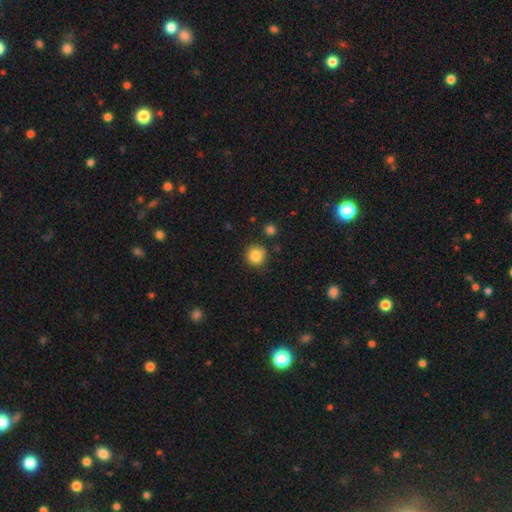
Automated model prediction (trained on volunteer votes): smooth-or-featured: smooth: 85% | star or artifact: 10% | featured or disk: 5%
  how-rounded: round: 93% | in between: 6% | cigar-shaped: 1%
  merging: none: 85% | minor disturbance: 9% | merger: 3% | major disturbance: 2%